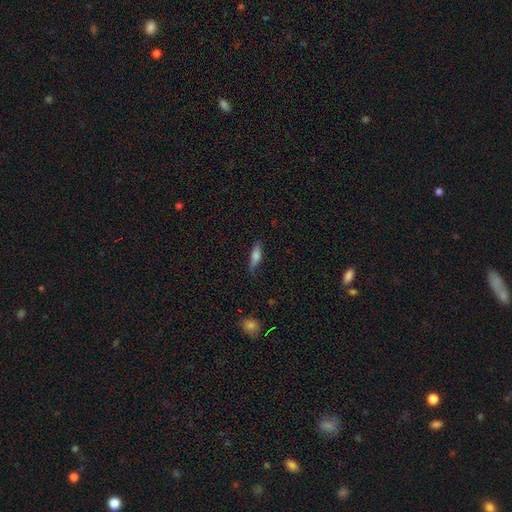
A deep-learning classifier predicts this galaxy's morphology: Smooth or featured?
  - smooth: 68% *
  - featured or disk: 24%
  - star or artifact: 8%
How rounded?
  - cigar-shaped: 55% *
  - in between: 42%
  - round: 3%
Merging?
  - none: 74% *
  - minor disturbance: 21%
  - major disturbance: 4%
  - merger: 1%